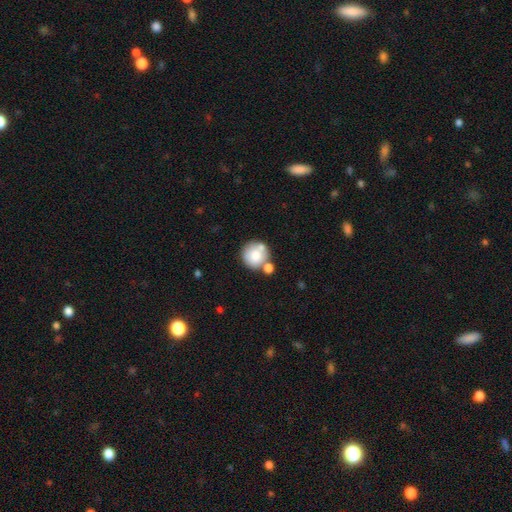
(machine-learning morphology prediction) Smooth or featured?
  - smooth: 73% *
  - featured or disk: 18%
  - star or artifact: 8%
How rounded?
  - round: 92% *
  - in between: 7%
  - cigar-shaped: 1%
Merging?
  - none: 58% *
  - merger: 24%
  - minor disturbance: 13%
  - major disturbance: 5%